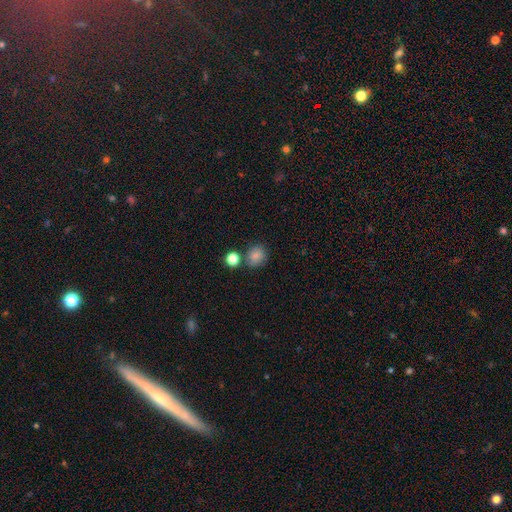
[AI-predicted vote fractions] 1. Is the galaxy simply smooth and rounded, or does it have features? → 81% smooth, 12% star or artifact, 8% featured or disk.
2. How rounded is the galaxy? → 81% round, 18% in between, 1% cigar-shaped.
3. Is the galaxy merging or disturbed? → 72% none, 12% merger, 12% minor disturbance, 4% major disturbance.